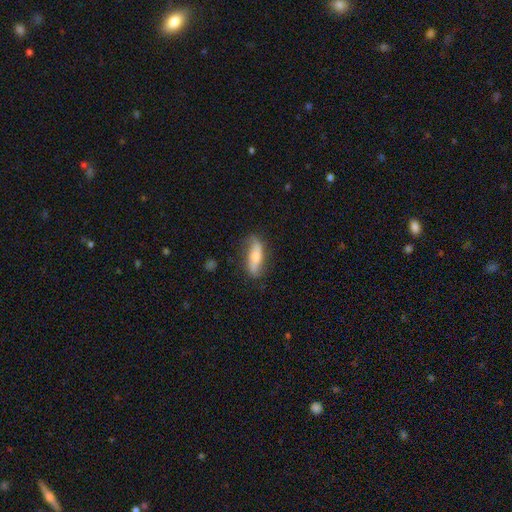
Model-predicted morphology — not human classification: smooth_or_featured: smooth (p=0.48) [alt: featured or disk p=0.46]
merging: none (p=0.77) [alt: minor disturbance p=0.18]